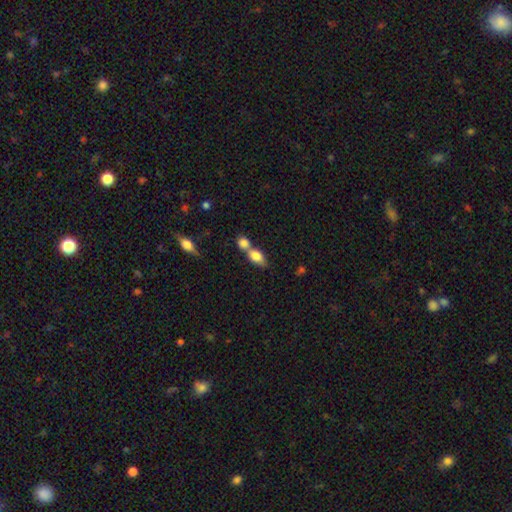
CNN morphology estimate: type=smooth (78%); roundness=in between (75%); merging=merger (64%).